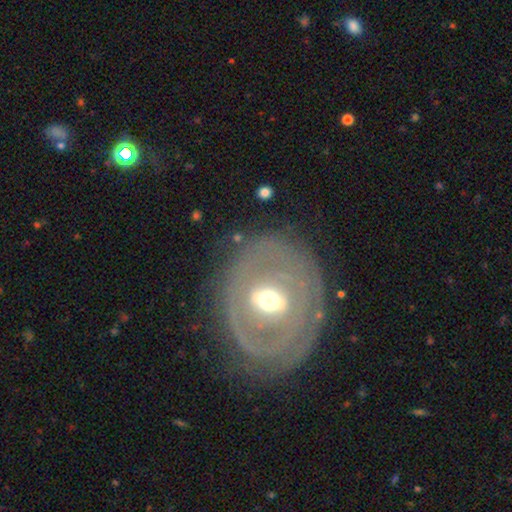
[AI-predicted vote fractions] smooth-or-featured: featured or disk: 73% | smooth: 20% | star or artifact: 6%
  disk-edge-on: no: 94% | yes: 6%
    bar: no: 42% | weak: 39% | strong: 19%
    has-spiral-arms: yes: 50% (tied) | no: 50% (tied)
    bulge-size: moderate: 73% | small: 17% | large: 8% | dominant: 1% | none: 1%
  merging: none: 73% | minor disturbance: 17% | major disturbance: 8% | merger: 2%